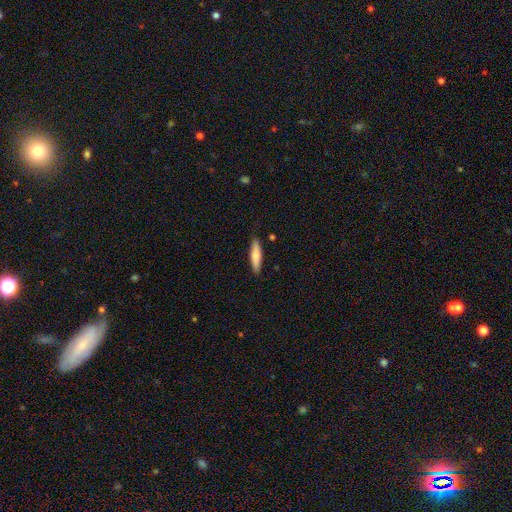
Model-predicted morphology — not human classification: Overall: smooth (74%). How rounded: cigar-shaped (74%). Merging: none (87%).